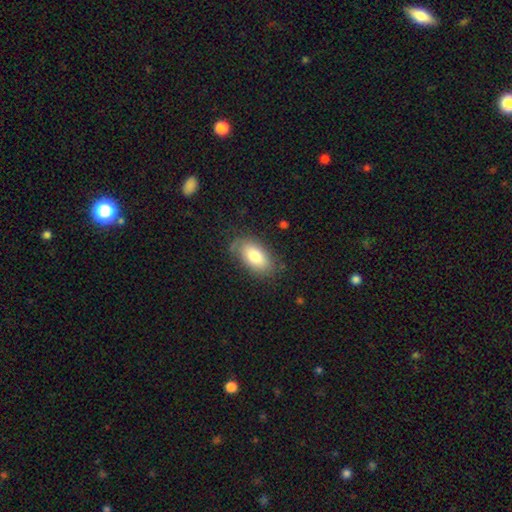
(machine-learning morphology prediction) Smooth or featured? smooth (74%)
How rounded? in between (91%)
Merging? none (82%)